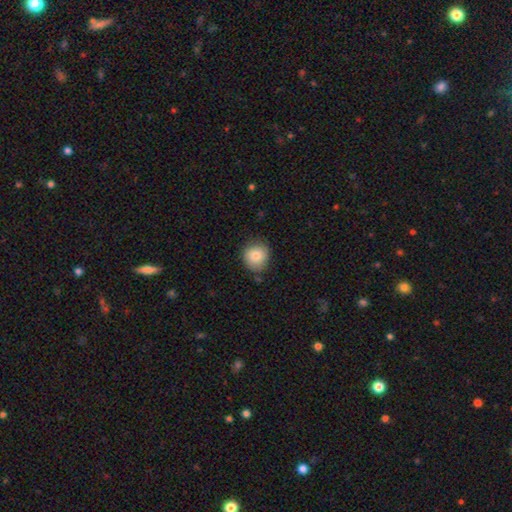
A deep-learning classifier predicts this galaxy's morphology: This appears to be a smooth galaxy with no disk features (82%) that is round (88%). Merging: none (81%).